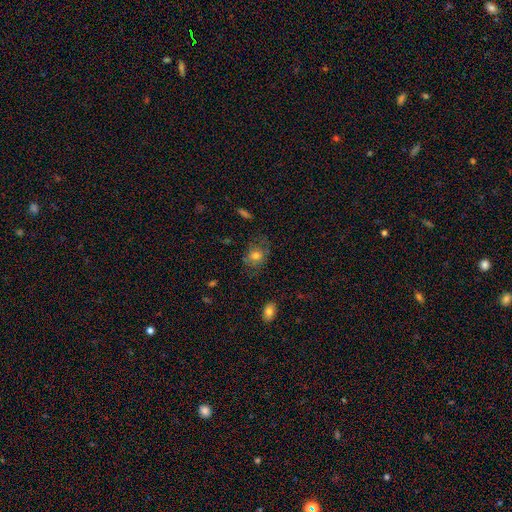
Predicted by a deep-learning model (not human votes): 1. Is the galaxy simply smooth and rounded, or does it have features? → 64% smooth, 25% featured or disk, 11% star or artifact.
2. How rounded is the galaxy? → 52% in between, 46% round, 1% cigar-shaped.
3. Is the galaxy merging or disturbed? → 61% none, 23% minor disturbance, 13% major disturbance, 2% merger.